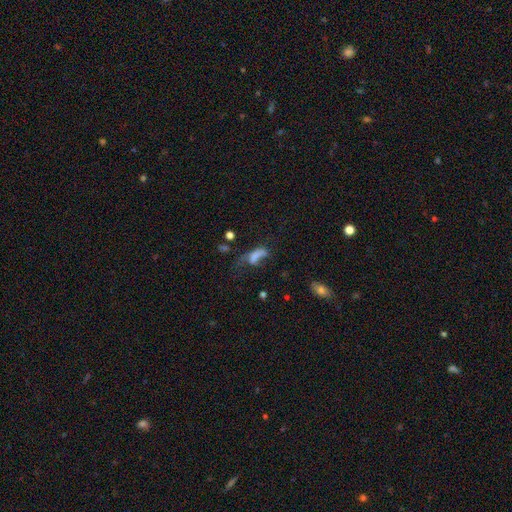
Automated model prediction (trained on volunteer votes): Q: Smooth or featured?
A: smooth (62%); runner-up: featured or disk (23%)
Q: How rounded?
A: in between (75%); runner-up: cigar-shaped (18%)
Q: Merging?
A: major disturbance (50%); runner-up: none (22%)